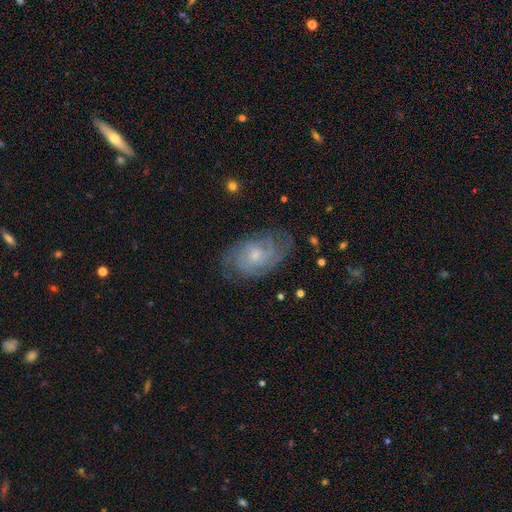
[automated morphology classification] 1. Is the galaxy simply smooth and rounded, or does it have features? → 76% featured or disk, 16% smooth, 8% star or artifact.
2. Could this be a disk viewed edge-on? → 96% no, 4% yes.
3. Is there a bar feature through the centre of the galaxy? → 72% no, 25% weak, 3% strong.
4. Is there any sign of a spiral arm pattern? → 93% yes, 7% no.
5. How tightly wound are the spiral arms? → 60% tight, 32% medium, 9% loose.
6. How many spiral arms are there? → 40% can't tell, 25% 2, 15% 3, 9% 4, 5% more than 4, 5% 1.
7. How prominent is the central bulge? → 65% small, 29% moderate, 4% none, 2% large, 1% dominant.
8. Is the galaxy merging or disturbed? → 74% none, 18% minor disturbance, 7% major disturbance, 1% merger.